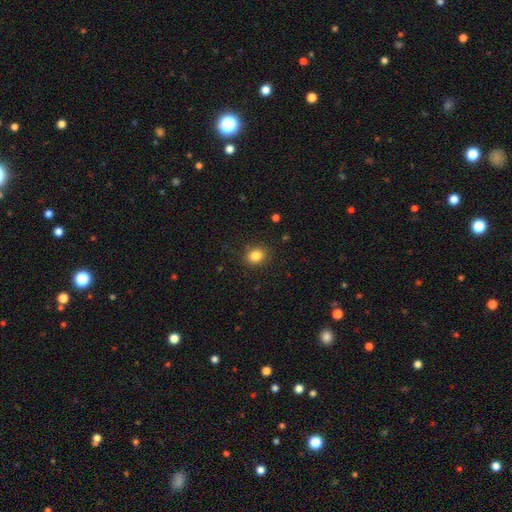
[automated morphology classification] type=smooth (84%); roundness=round (59%); merging=none (86%).